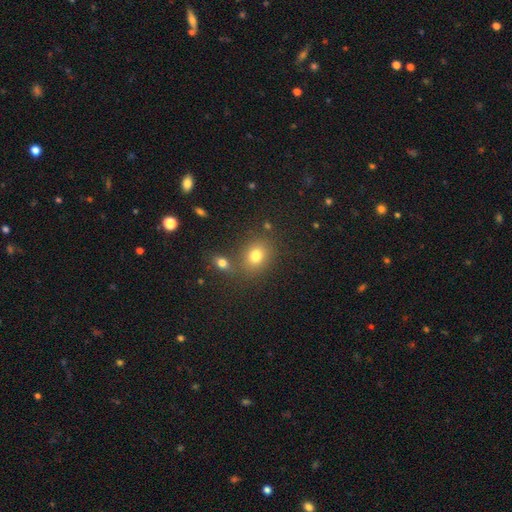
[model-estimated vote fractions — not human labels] smooth_or_featured: smooth (p=0.76) [alt: star or artifact p=0.15]
how_rounded: round (p=0.52) [alt: in between p=0.47]
merging: none (p=0.71) [alt: merger p=0.14]